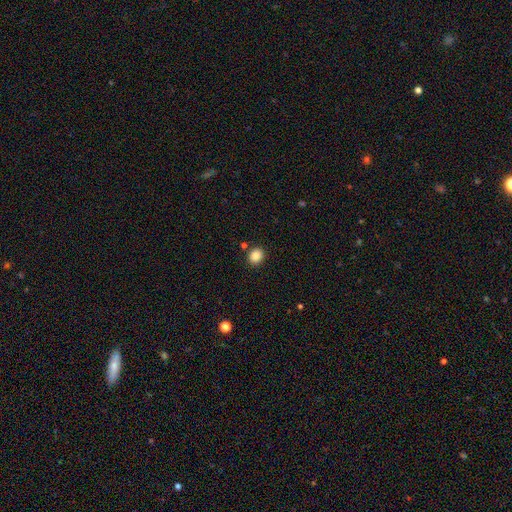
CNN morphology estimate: smooth-or-featured: smooth: 87% | star or artifact: 10% | featured or disk: 3%
  how-rounded: round: 71% | in between: 28% | cigar-shaped: 1%
  merging: none: 87% | minor disturbance: 7% | merger: 4% | major disturbance: 2%